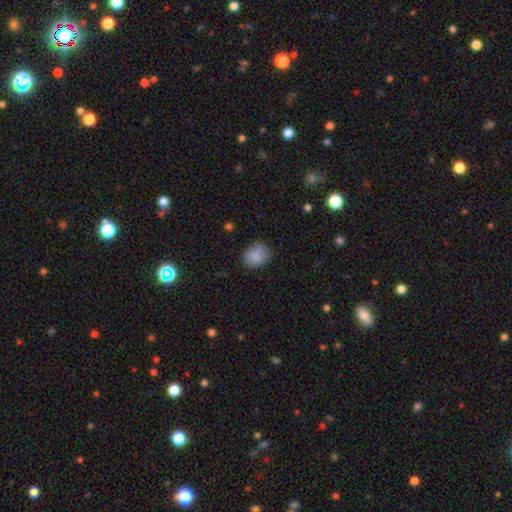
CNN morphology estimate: Smooth or featured: smooth — 83% (star or artifact — 9%)
How rounded: round — 56% (in between — 43%)
Merging: none — 66% (minor disturbance — 25%)